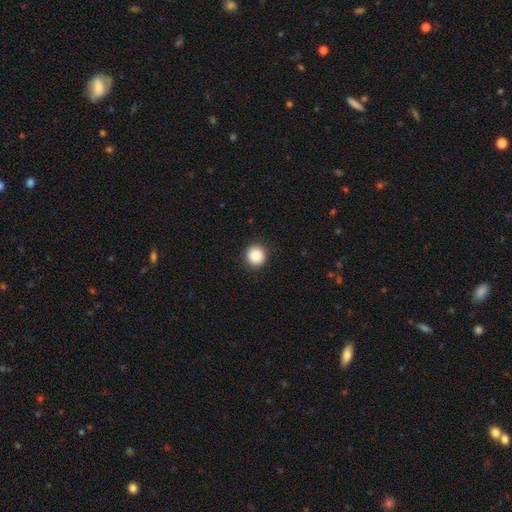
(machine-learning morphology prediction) Smooth or featured: smooth — 88% (star or artifact — 9%)
How rounded: round — 94% (in between — 5%)
Merging: none — 92% (minor disturbance — 5%)